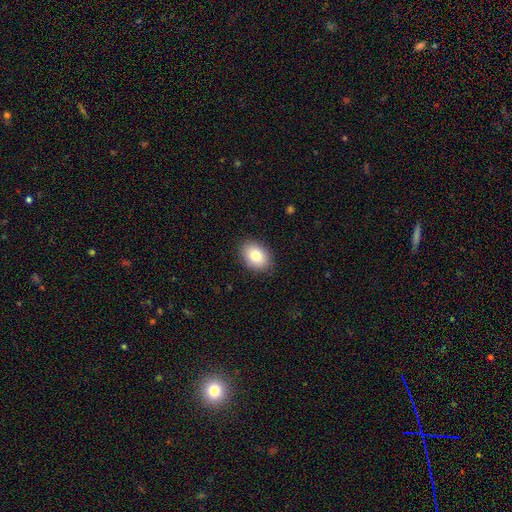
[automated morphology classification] This is clearly a smooth galaxy (81%). How rounded: likely in between (75%). Merging: clearly none (88%).